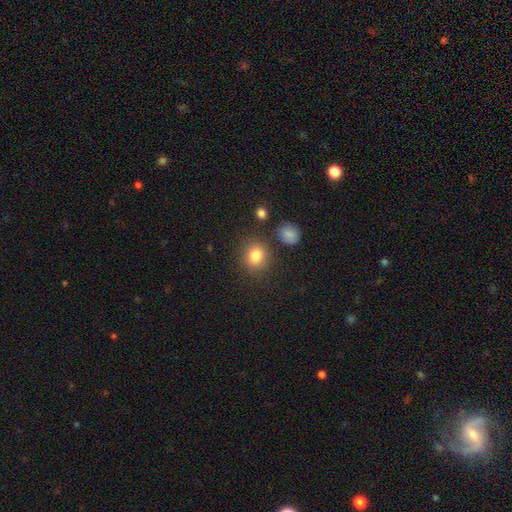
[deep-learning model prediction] This is clearly a smooth galaxy (82%). How rounded: likely round (79%). Merging: clearly none (82%).